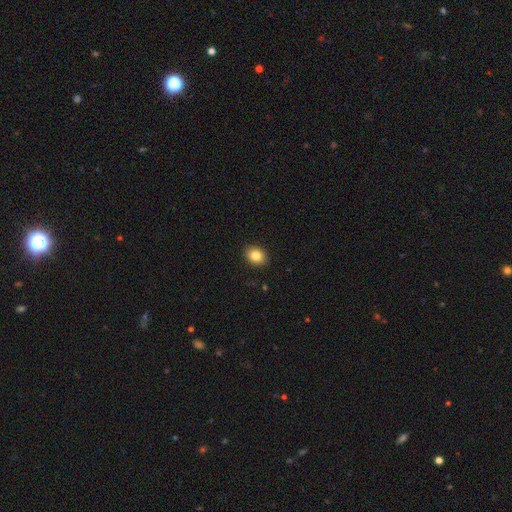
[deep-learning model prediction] A smooth galaxy with no disk features (84%) that is in between round and cigar-shaped (59%). Merging: none (90%).